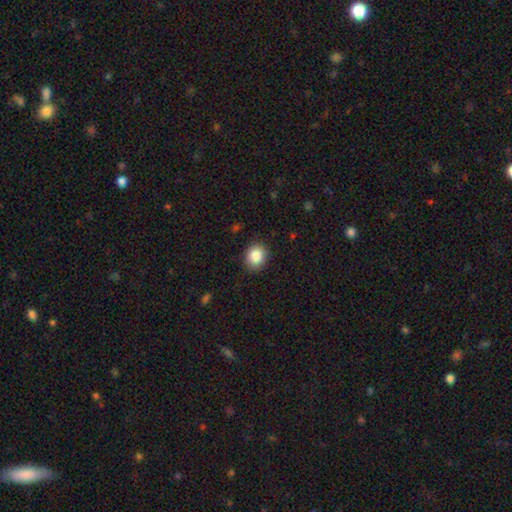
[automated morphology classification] This is clearly a smooth galaxy (86%). How rounded: likely round (64%). Merging: clearly none (88%).